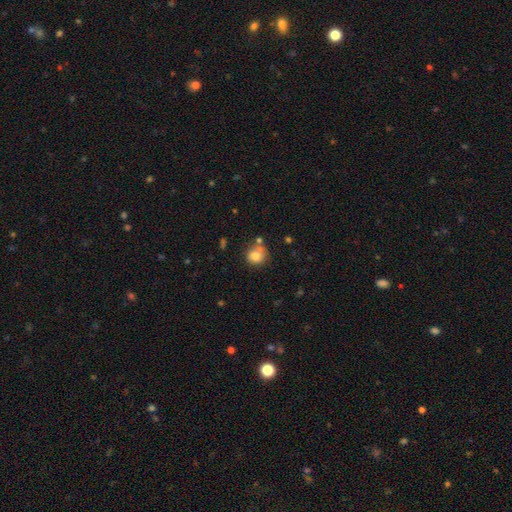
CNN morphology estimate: This appears to be a smooth galaxy with no disk features (81%) that is round (80%). Merging: none (56%).